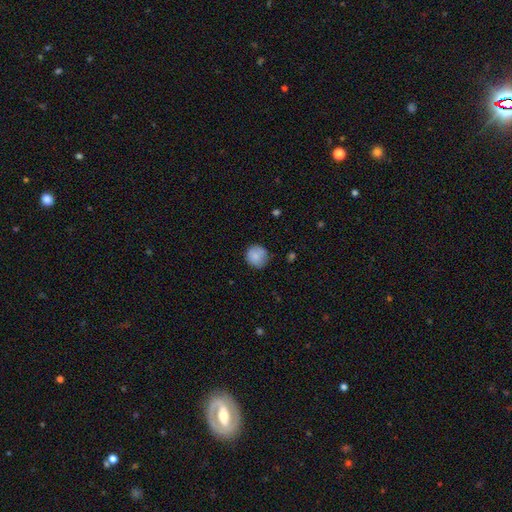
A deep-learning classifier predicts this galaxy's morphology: This appears to be a smooth galaxy with no disk features (83%) that is round (92%). Merging: none (78%).